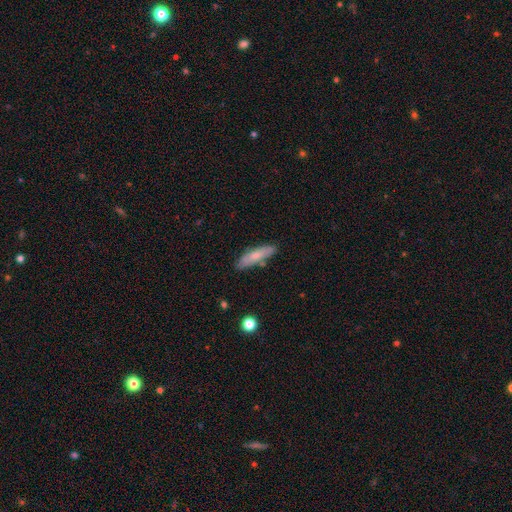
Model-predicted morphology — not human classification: Smooth or featured? Predicted: smooth (p=0.71). How rounded? Predicted: cigar-shaped (p=0.67). Merging? Predicted: none (p=0.78).